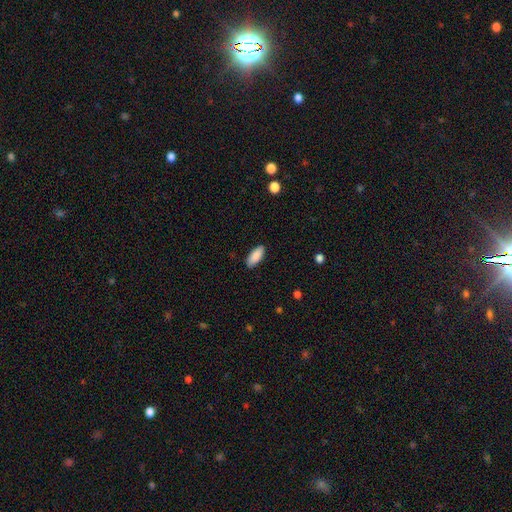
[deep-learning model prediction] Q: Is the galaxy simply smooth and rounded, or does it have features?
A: smooth — 89%.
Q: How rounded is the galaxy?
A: in between — 85%.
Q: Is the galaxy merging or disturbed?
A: none — 88%.